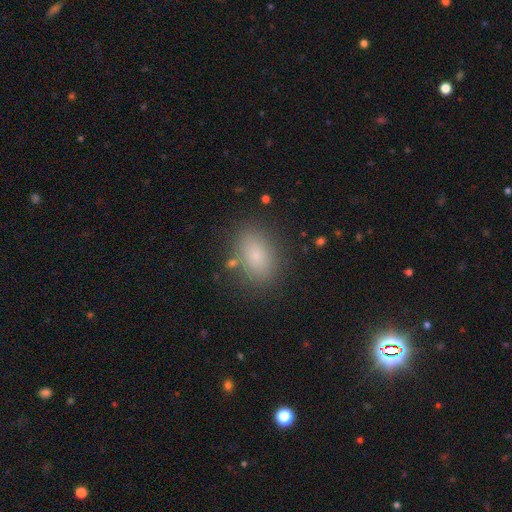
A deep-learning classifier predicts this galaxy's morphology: Smooth or featured? Predicted: smooth (p=0.78). How rounded? Predicted: in between (p=0.82). Merging? Predicted: none (p=0.83).